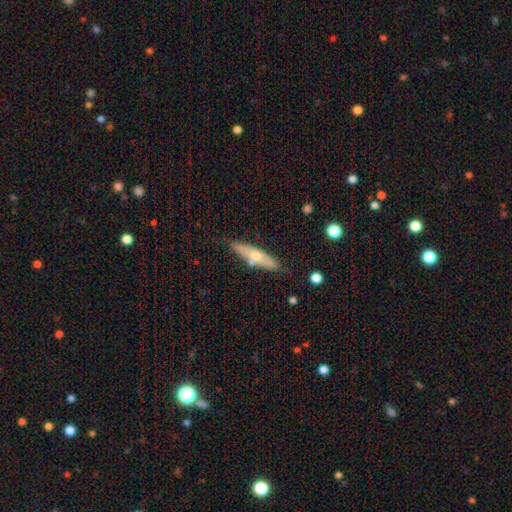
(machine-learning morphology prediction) This is possibly a smooth galaxy (49%). Merging: likely none (79%).